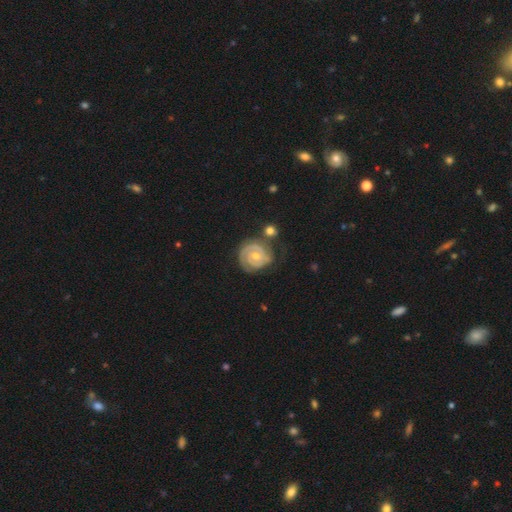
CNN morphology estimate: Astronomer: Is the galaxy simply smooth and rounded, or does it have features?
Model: featured or disk — 83%.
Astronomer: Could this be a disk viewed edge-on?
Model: no — 98%.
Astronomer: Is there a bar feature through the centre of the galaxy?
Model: no — 66%.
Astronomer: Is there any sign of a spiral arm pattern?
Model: yes — 95%.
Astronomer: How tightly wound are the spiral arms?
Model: tight — 78%.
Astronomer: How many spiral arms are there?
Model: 2 — 59%.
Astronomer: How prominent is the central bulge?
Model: moderate — 54% (runner-up: small, 41%).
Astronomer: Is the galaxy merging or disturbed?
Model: none — 63%.